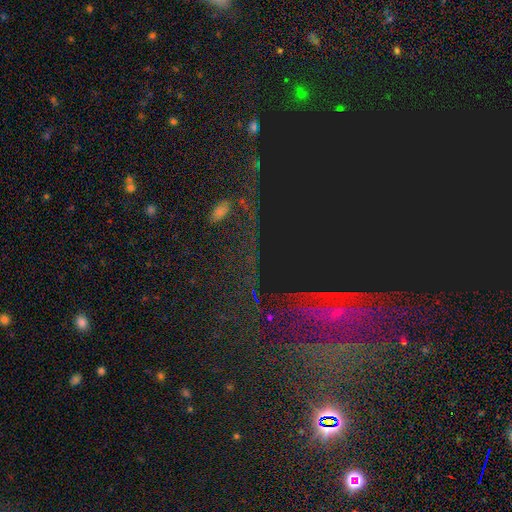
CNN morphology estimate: A star or artifact, not a galaxy (64%).

Vote fractions:
- Smooth or featured? star or artifact: 64% / featured or disk: 18% / smooth: 17%